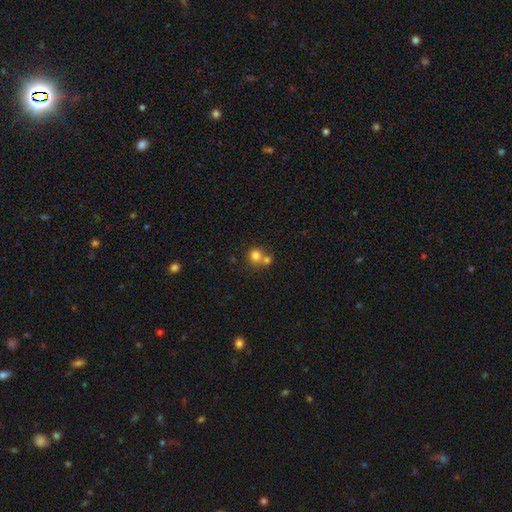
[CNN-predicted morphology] Overall: smooth (78%). How rounded: round (87%). Merging: merger (46%; none 45%).